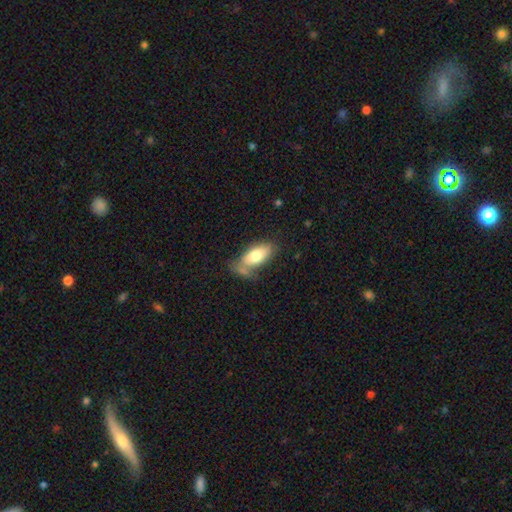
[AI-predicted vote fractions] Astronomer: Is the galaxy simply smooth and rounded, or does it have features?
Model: smooth — 75%.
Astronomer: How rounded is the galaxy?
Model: in between — 87%.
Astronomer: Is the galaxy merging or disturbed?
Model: none — 46% (runner-up: minor disturbance, 23%).